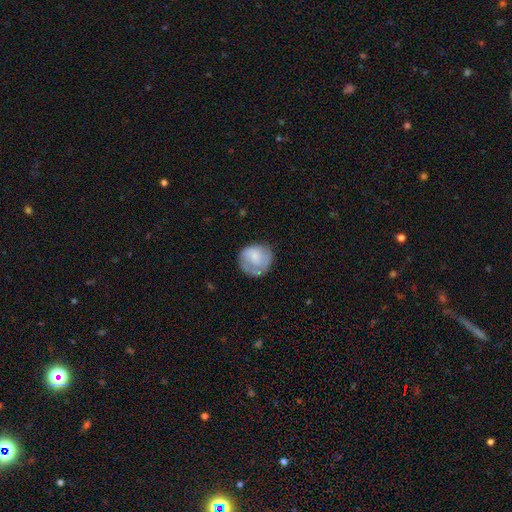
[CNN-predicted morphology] Q: Smooth or featured?
A: smooth (59%); runner-up: featured or disk (34%)
Q: How rounded?
A: round (82%); runner-up: in between (17%)
Q: Merging?
A: none (56%); runner-up: minor disturbance (26%)